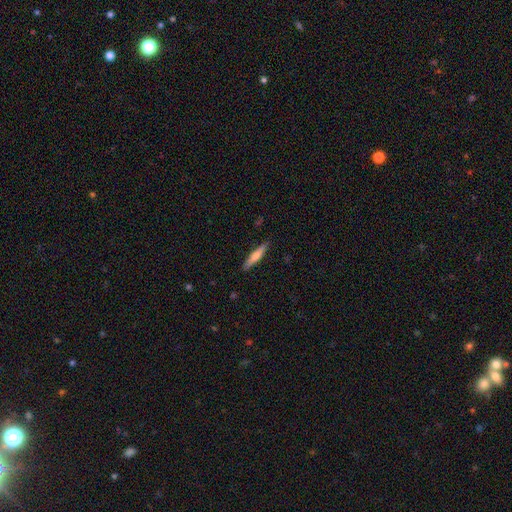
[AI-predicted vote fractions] smooth-or-featured: smooth: 57% | featured or disk: 37% | star or artifact: 6%
  how-rounded: cigar-shaped: 91% | in between: 8% | round: 1%
  merging: none: 90% | minor disturbance: 8% | major disturbance: 2% | merger: 1%